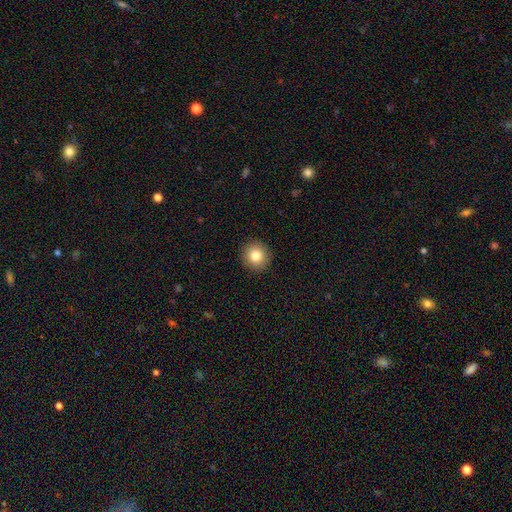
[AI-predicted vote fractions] A smooth galaxy with no disk features (81%) that is round (94%). Merging: none (93%).